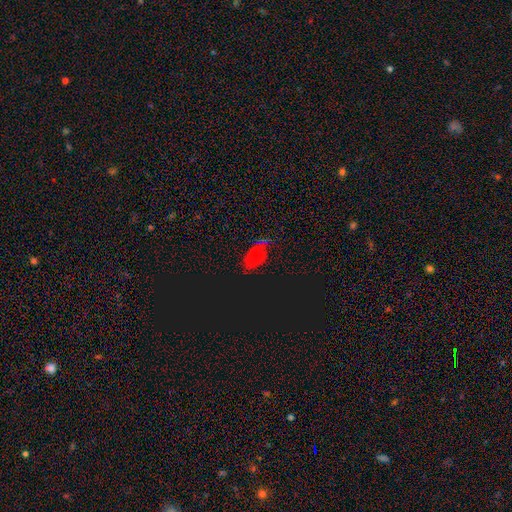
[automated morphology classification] Smooth or featured? Predicted: smooth (p=0.45). Merging? Predicted: none (p=0.52).